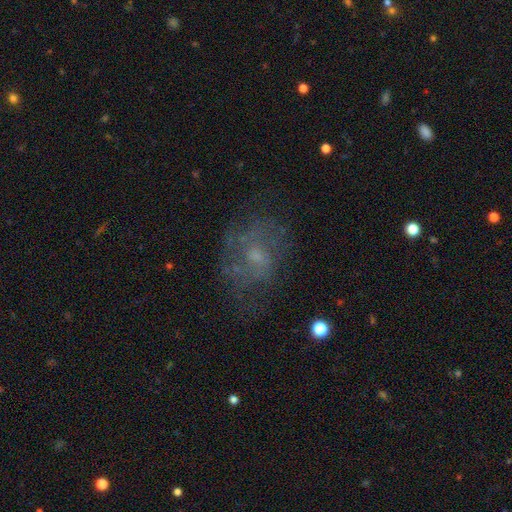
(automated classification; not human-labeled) Q: Smooth or featured?
A: featured or disk (49%); runner-up: smooth (32%)
Q: Merging?
A: none (57%); runner-up: minor disturbance (21%)